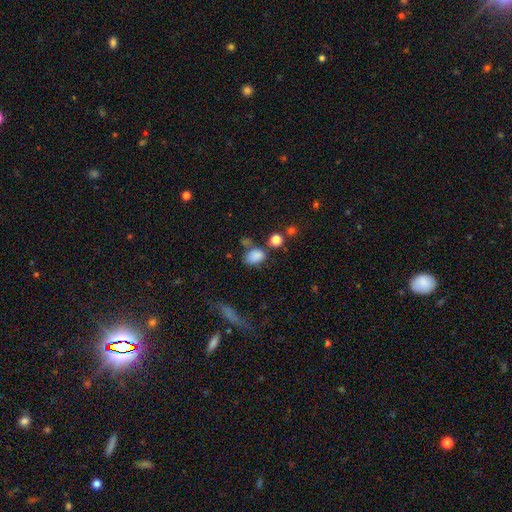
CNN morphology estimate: A smooth galaxy with no disk features (81%) that is in between round and cigar-shaped (79%). Merging: none (51%).